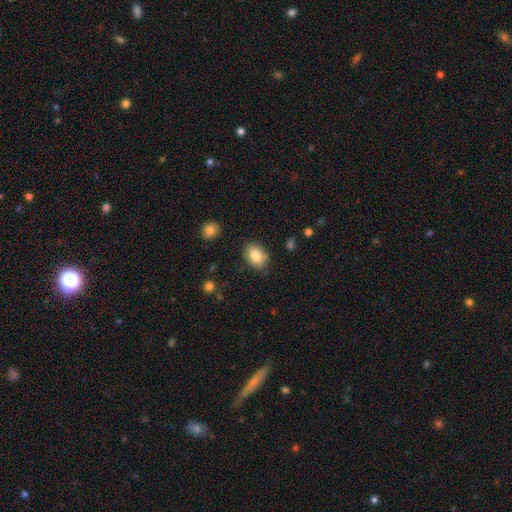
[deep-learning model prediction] Morphology: type=smooth (83%); roundness=in between (77%); merging=none (82%).